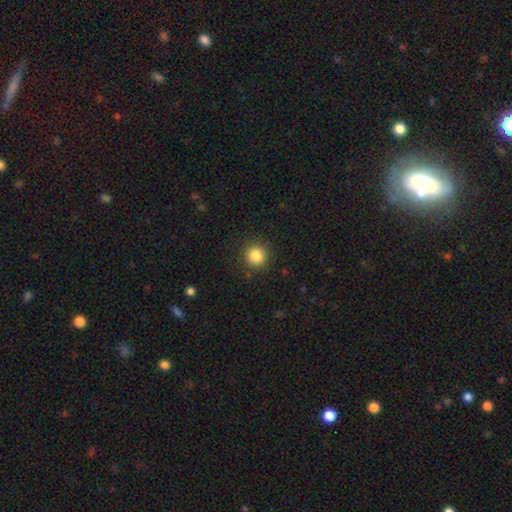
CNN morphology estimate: This is clearly a smooth galaxy (85%). How rounded: clearly round (94%). Merging: clearly none (90%).